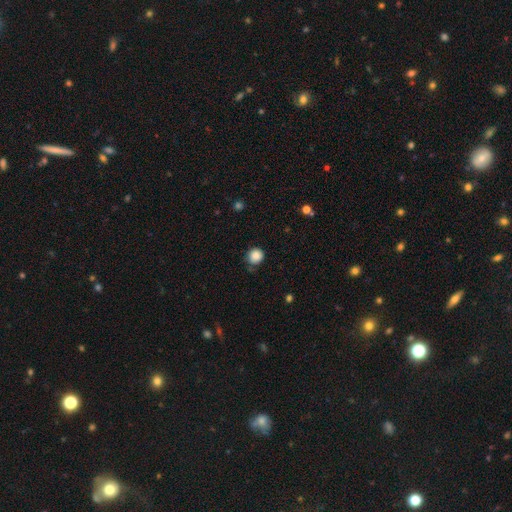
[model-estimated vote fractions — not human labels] smooth-or-featured: smooth: 86% | star or artifact: 9% | featured or disk: 4%
  how-rounded: round: 90% | in between: 9% | cigar-shaped: 1%
  merging: none: 73% | minor disturbance: 20% | major disturbance: 5% | merger: 3%